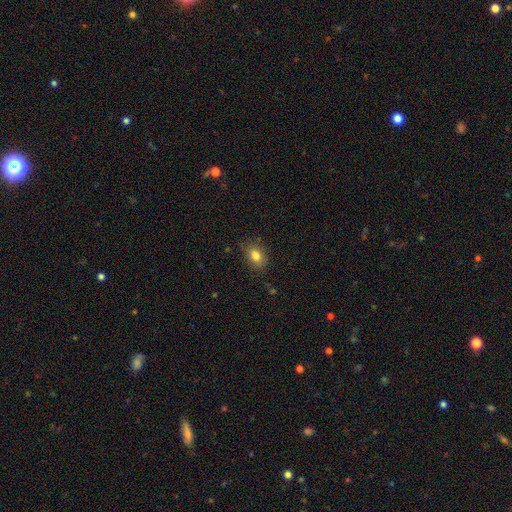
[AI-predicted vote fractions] This is clearly a smooth galaxy (82%). How rounded: likely in between (76%). Merging: likely none (78%).